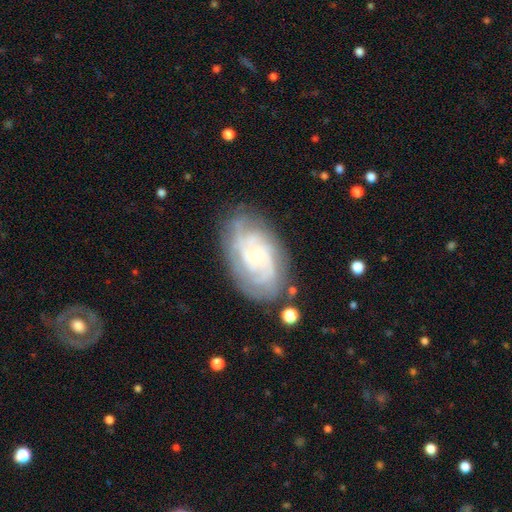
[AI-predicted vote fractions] Smooth or featured? Predicted: featured or disk (p=0.82). Edge-on disk? Predicted: no (p=0.96). Bar? Predicted: no (p=0.73). Spiral arms? Predicted: yes (p=0.93). Spiral winding? Predicted: tight (p=0.64). Spiral arm count? Predicted: can't tell (p=0.36). Bulge size? Predicted: small (p=0.63). Merging? Predicted: none (p=0.75).